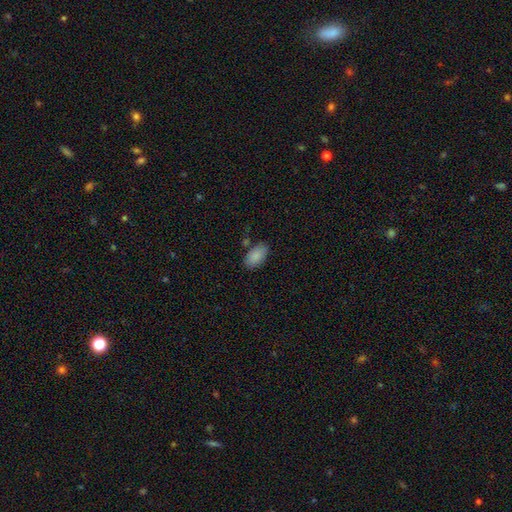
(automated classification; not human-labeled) Overall: smooth (88%). How rounded: in between (95%). Merging: none (75%).